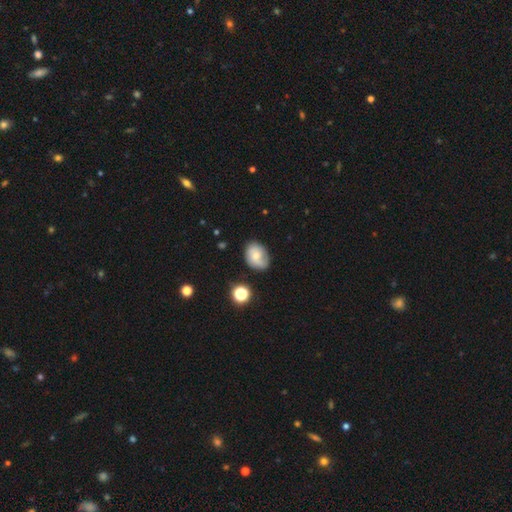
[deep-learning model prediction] smooth-or-featured: smooth: 52% | featured or disk: 38% | star or artifact: 10%
  how-rounded: in between: 62% | round: 37% | cigar-shaped: 1%
  merging: none: 68% | minor disturbance: 23% | major disturbance: 7% | merger: 3%